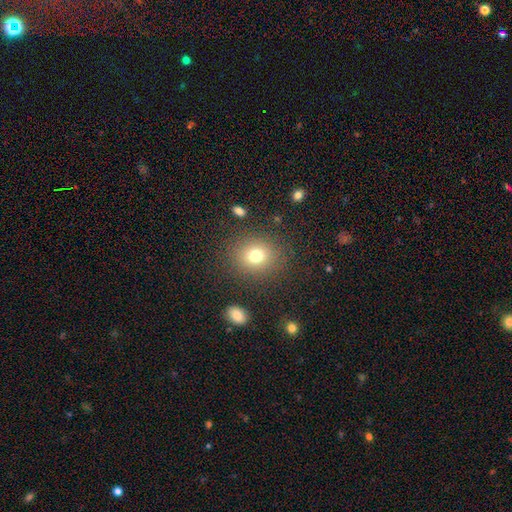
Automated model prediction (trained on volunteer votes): A smooth galaxy with no disk features (76%) that is round (75%). Merging: none (86%).